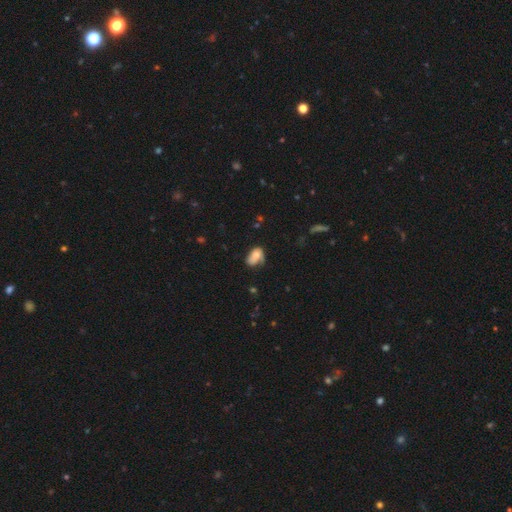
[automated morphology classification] A smooth galaxy with no disk features (65%) that is in between round and cigar-shaped (86%).

Vote fractions:
- Smooth or featured? smooth: 65% / featured or disk: 26% / star or artifact: 9%
- How rounded? in between: 86% / round: 12% / cigar-shaped: 2%
- Merging? none: 36% / minor disturbance: 35% / major disturbance: 22% / merger: 8%